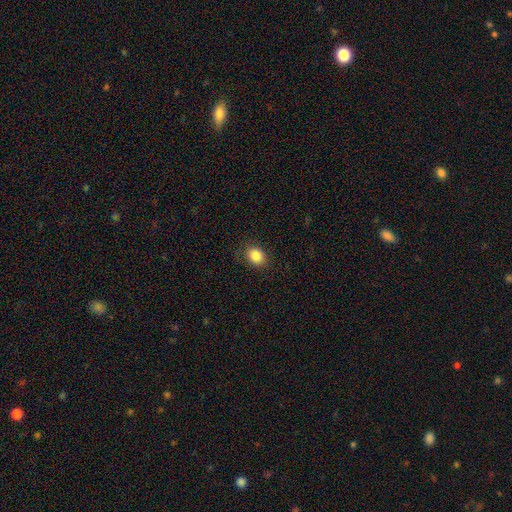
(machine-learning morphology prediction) Smooth or featured? smooth (86%)
How rounded? in between (51%)
Merging? none (86%)